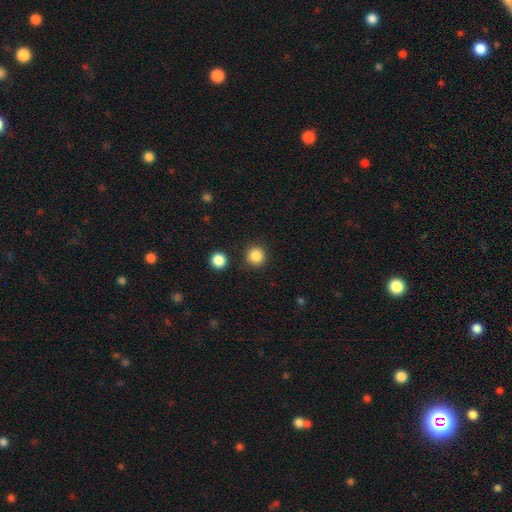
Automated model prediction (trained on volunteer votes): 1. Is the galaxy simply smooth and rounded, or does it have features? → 86% smooth, 10% star or artifact, 3% featured or disk.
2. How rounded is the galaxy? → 93% round, 6% in between, 1% cigar-shaped.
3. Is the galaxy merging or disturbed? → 88% none, 7% minor disturbance, 3% merger, 2% major disturbance.